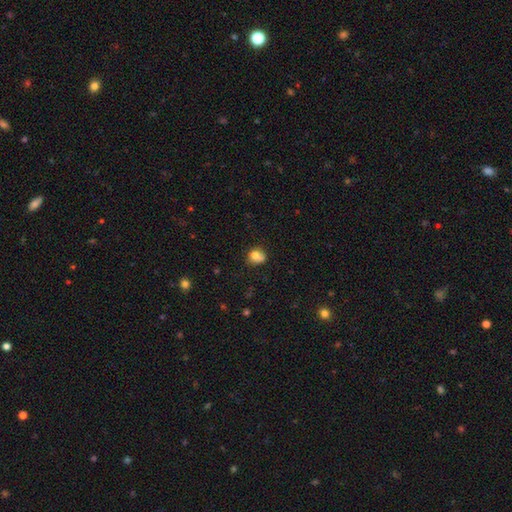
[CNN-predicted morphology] Overall: smooth (77%). How rounded: round (68%; in between 31%). Merging: none (51%; minor disturbance 27%).